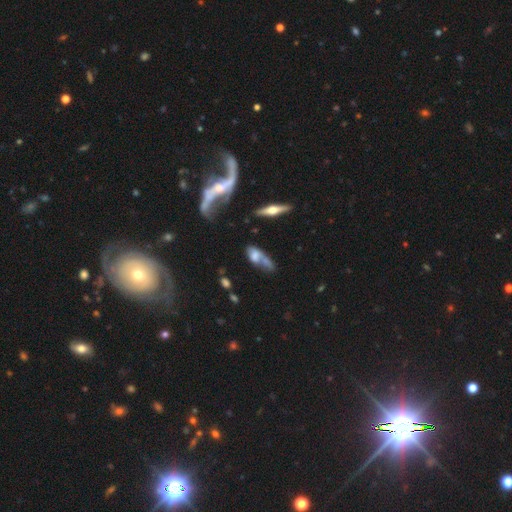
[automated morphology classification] Smooth or featured: smooth — 52% (featured or disk — 36%)
How rounded: in between — 72% (cigar-shaped — 19%)
Merging: merger — 37% (none — 25%)